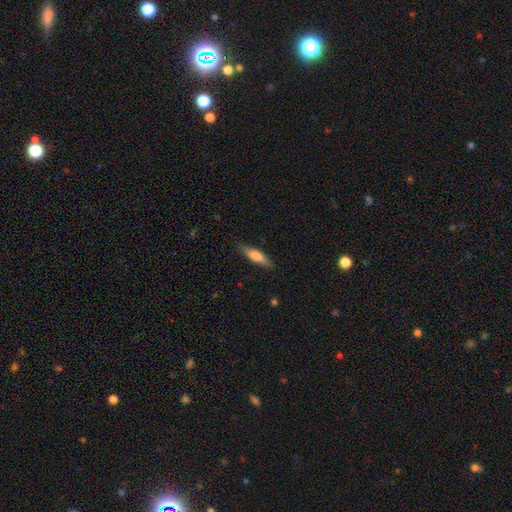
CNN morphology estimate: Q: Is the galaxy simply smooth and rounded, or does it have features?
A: smooth — 63%.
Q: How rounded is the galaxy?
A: cigar-shaped — 68%.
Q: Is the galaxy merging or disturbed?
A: none — 85%.